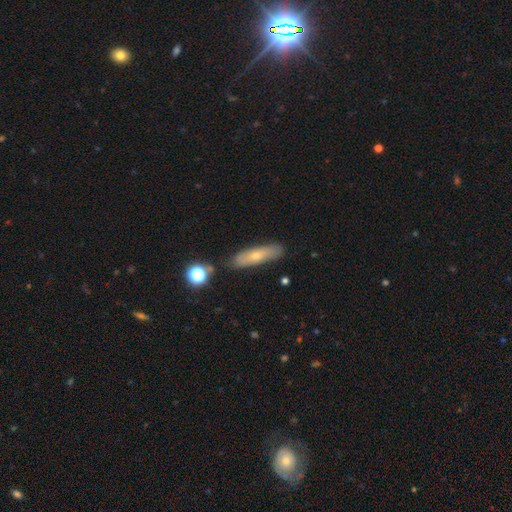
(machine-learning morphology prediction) smooth 59%, featured or disk 34%, star or artifact 8%. Down the decision tree: how rounded — cigar-shaped (70%); merging — none (76%).